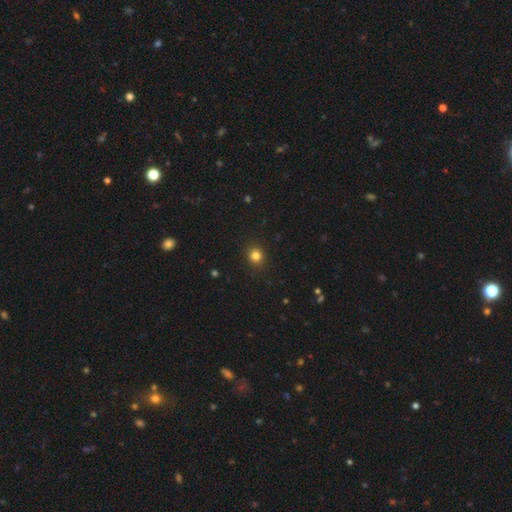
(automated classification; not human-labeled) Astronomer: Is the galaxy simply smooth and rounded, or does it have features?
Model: smooth — 82%.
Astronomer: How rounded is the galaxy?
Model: round — 83%.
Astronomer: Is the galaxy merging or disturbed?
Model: none — 90%.